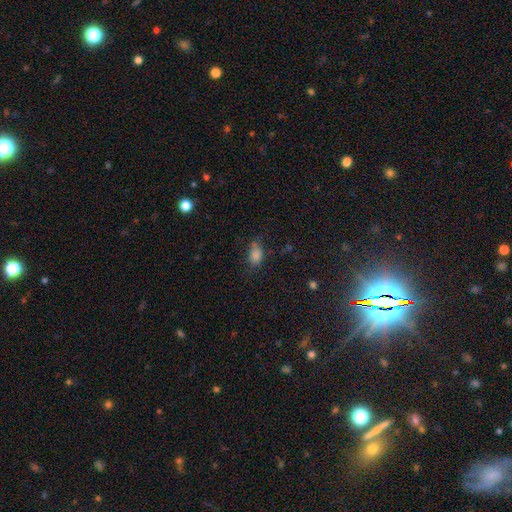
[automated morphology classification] smooth_or_featured: smooth (p=0.80) [alt: star or artifact p=0.13]
how_rounded: in between (p=0.80) [alt: round p=0.18]
merging: none (p=0.59) [alt: minor disturbance p=0.24]